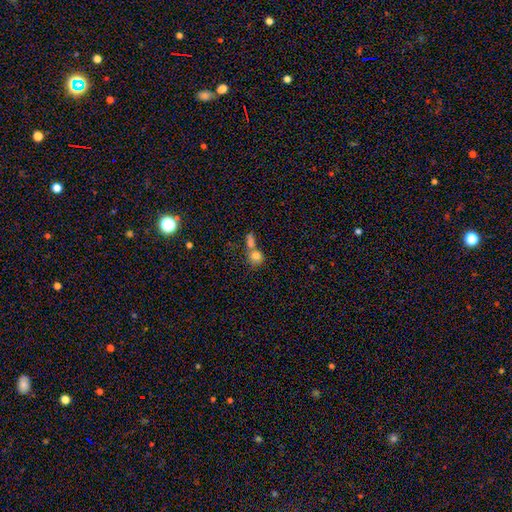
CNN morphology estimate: smooth 79%, star or artifact 10%, featured or disk 10%. Down the decision tree: how rounded — round (78%); merging — merger (51%).